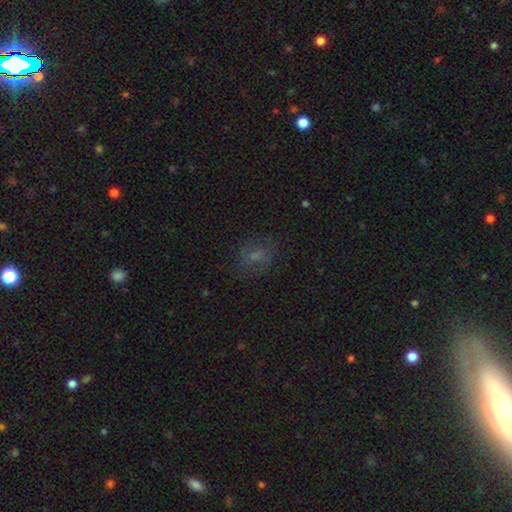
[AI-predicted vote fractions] smooth_or_featured: smooth (p=0.51) [alt: featured or disk p=0.28]
how_rounded: in between (p=0.52) [alt: round p=0.46]
merging: none (p=0.70) [alt: minor disturbance p=0.17]